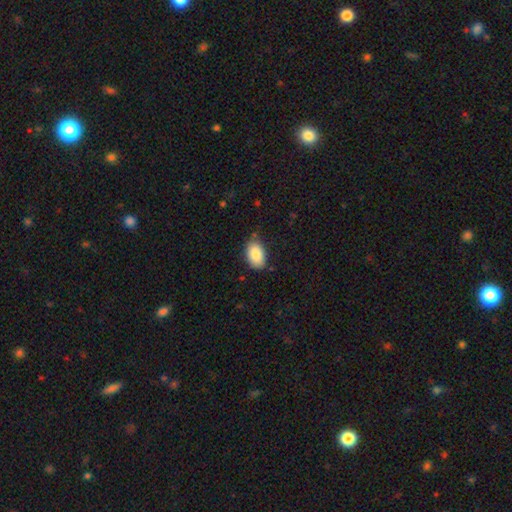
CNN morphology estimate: Q: Smooth or featured?
A: smooth (87%); runner-up: star or artifact (7%)
Q: How rounded?
A: in between (91%); runner-up: round (8%)
Q: Merging?
A: none (79%); runner-up: minor disturbance (17%)